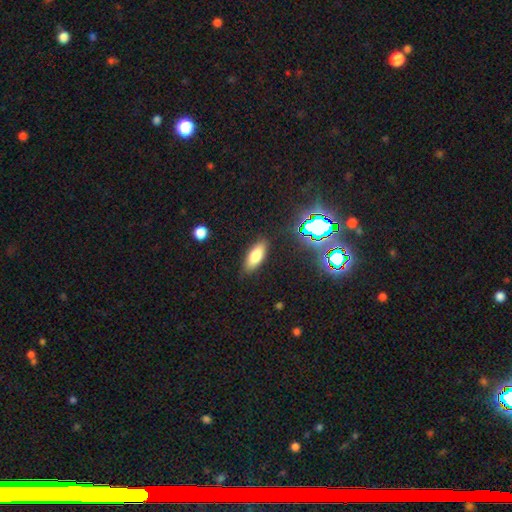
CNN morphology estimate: Smooth or featured? smooth (78%)
How rounded? in between (79%)
Merging? none (85%)